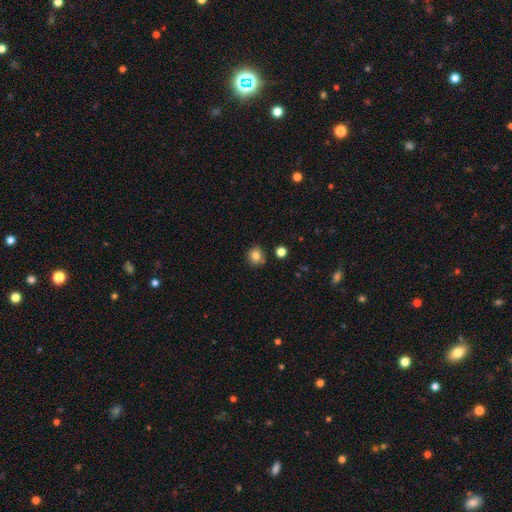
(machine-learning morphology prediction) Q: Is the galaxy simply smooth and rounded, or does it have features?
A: smooth — 83%.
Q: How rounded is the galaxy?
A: round — 83%.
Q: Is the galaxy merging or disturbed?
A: none — 82%.